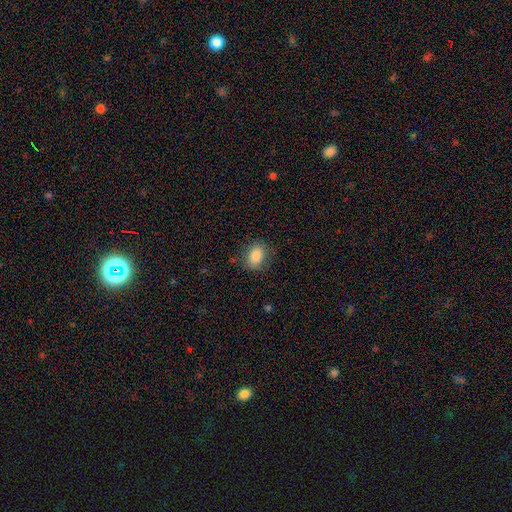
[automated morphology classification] This is clearly a smooth galaxy (87%). How rounded: likely in between (71%). Merging: likely none (78%).